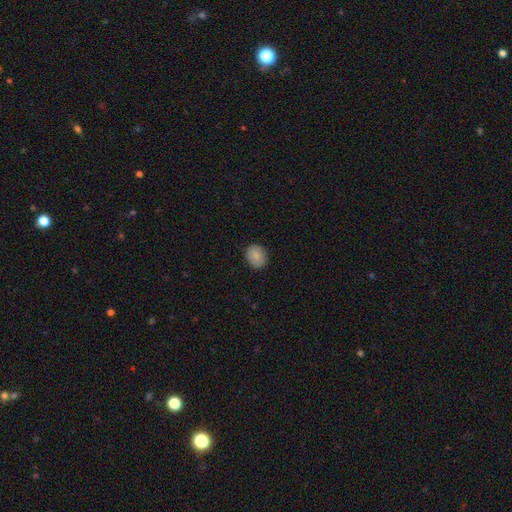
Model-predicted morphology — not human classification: Smooth or featured?
  - smooth: 87% *
  - star or artifact: 8%
  - featured or disk: 6%
How rounded?
  - round: 58% *
  - in between: 41%
  - cigar-shaped: 1%
Merging?
  - none: 86% *
  - minor disturbance: 11%
  - major disturbance: 2%
  - merger: 1%